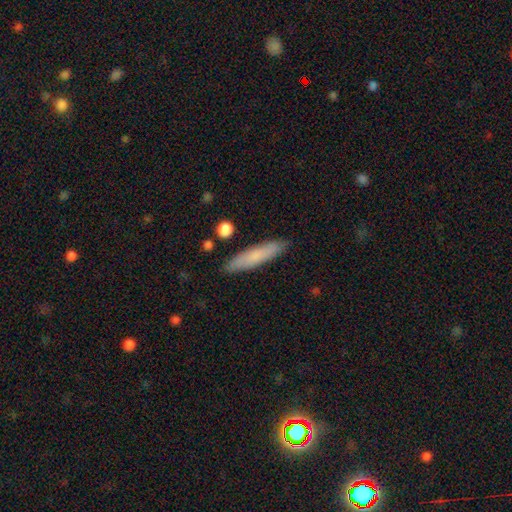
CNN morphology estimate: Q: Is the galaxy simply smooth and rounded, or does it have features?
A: smooth — 77%.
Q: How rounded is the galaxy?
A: cigar-shaped — 84%.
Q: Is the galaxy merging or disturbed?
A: none — 89%.